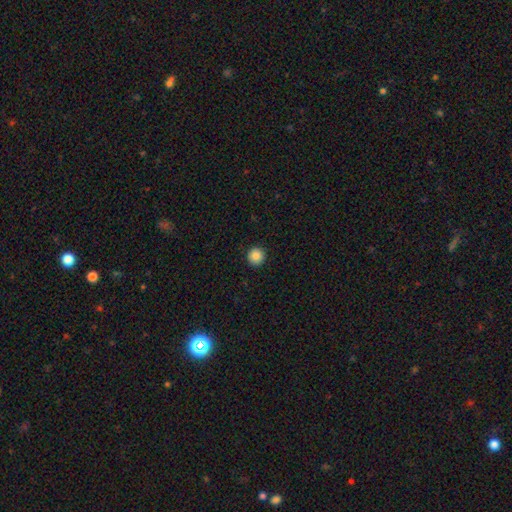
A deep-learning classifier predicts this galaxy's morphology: A smooth galaxy with no disk features (86%) that is round (95%). Merging: none (93%).